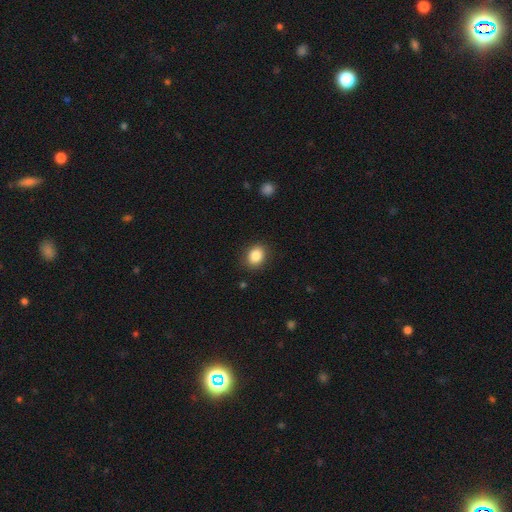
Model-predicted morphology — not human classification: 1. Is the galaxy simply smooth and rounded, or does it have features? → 86% smooth, 9% star or artifact, 5% featured or disk.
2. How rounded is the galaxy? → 51% round, 48% in between, 1% cigar-shaped.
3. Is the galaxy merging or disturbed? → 88% none, 9% minor disturbance, 3% major disturbance, 1% merger.